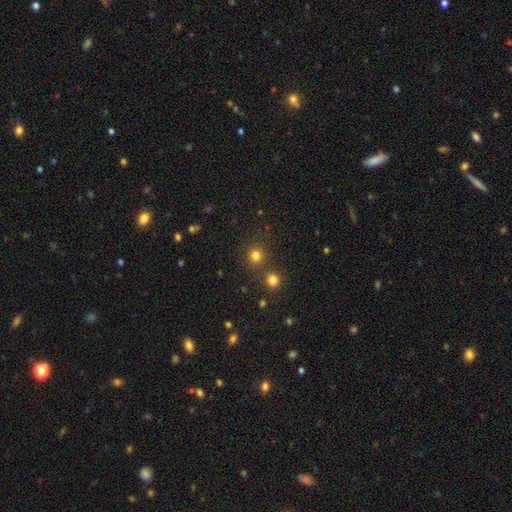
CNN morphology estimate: This appears to be a smooth galaxy with no disk features (78%) that is round (90%). Merging: none (78%).